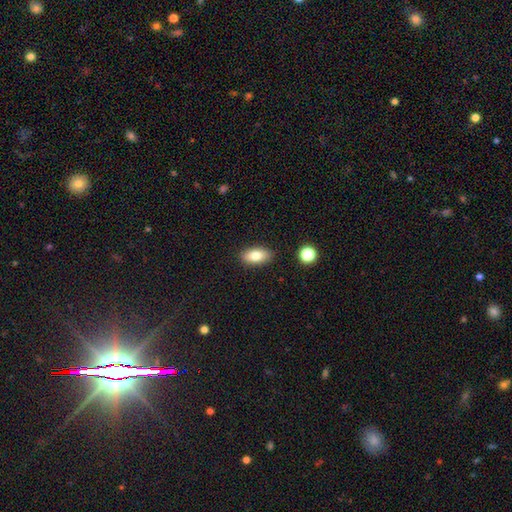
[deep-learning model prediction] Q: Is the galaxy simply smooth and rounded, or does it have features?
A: smooth — 80%.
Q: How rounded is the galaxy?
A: in between — 89%.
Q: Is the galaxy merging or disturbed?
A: none — 88%.